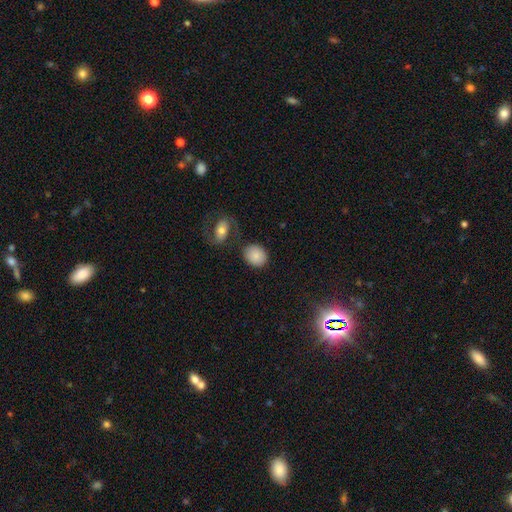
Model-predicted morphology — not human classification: smooth_or_featured: smooth (p=0.82) [alt: featured or disk p=0.10]
how_rounded: round (p=0.55) [alt: in between p=0.44]
merging: none (p=0.73) [alt: minor disturbance p=0.13]